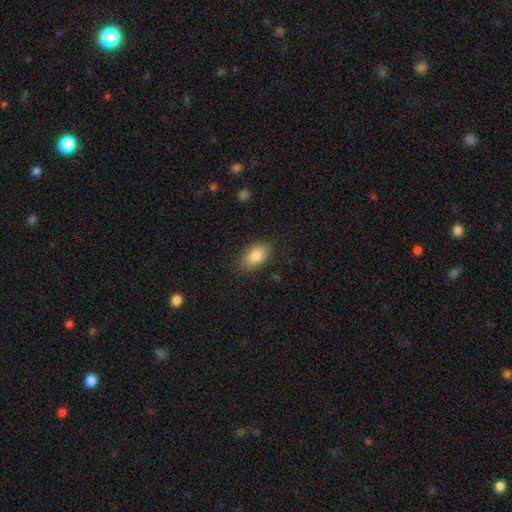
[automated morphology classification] This is clearly a smooth galaxy (86%). How rounded: clearly in between (92%). Merging: clearly none (84%).